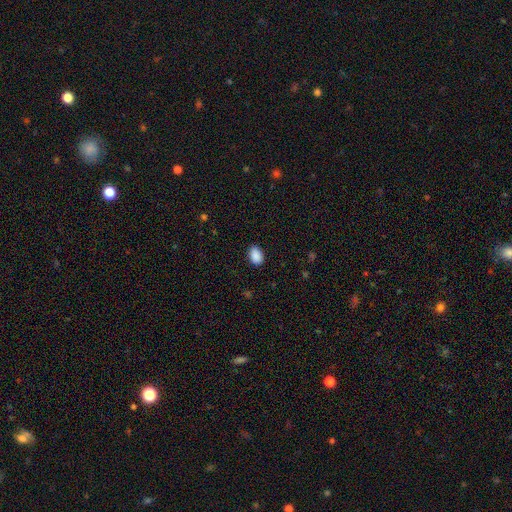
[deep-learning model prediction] Smooth or featured?
  - smooth: 90% *
  - star or artifact: 8%
  - featured or disk: 3%
How rounded?
  - in between: 85% *
  - round: 14%
  - cigar-shaped: 1%
Merging?
  - none: 87% *
  - minor disturbance: 10%
  - major disturbance: 2%
  - merger: 1%